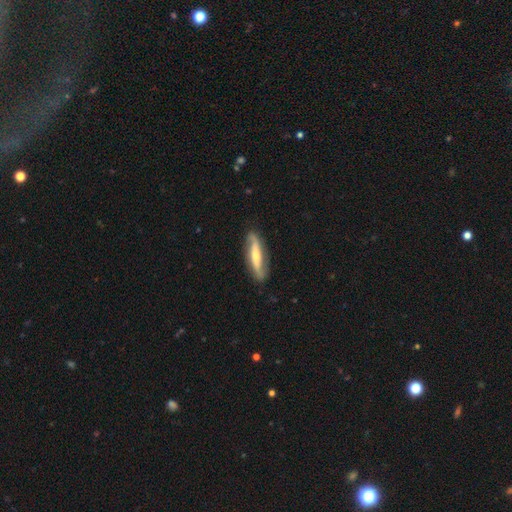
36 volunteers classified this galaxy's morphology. smooth-or-featured: featured or disk: 61% | smooth: 36% | star or artifact: 3%
  disk-edge-on: no: 68% | yes: 32%
    bar: no: 53% | strong: 33% | weak: 13%
    has-spiral-arms: yes: 100% | no: 0%
      spiral-winding: loose: 67% | tight: 20% | medium: 13%
      spiral-arm-count: 2: 80% | can't tell: 20% | 1: 0% | 3: 0% | 4: 0% | more than 4: 0%
    bulge-size: small: 60% | moderate: 40% | dominant: 0% | large: 0% | none: 0%
  merging: none: 80% | minor disturbance: 14% | major disturbance: 3% | merger: 3%